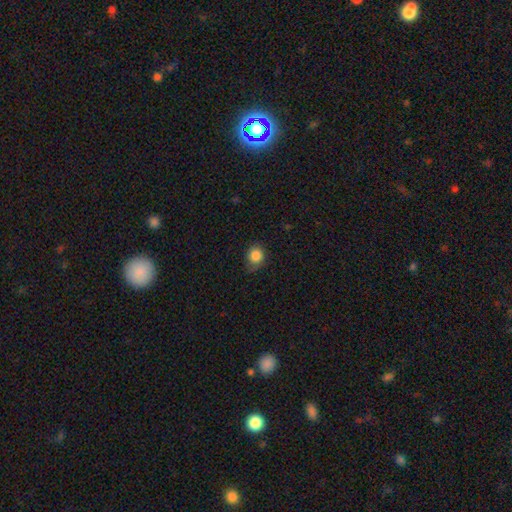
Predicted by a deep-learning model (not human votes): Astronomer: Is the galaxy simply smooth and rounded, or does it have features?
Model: smooth — 85%.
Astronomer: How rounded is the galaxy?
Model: round — 80%.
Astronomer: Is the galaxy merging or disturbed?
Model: none — 71%.